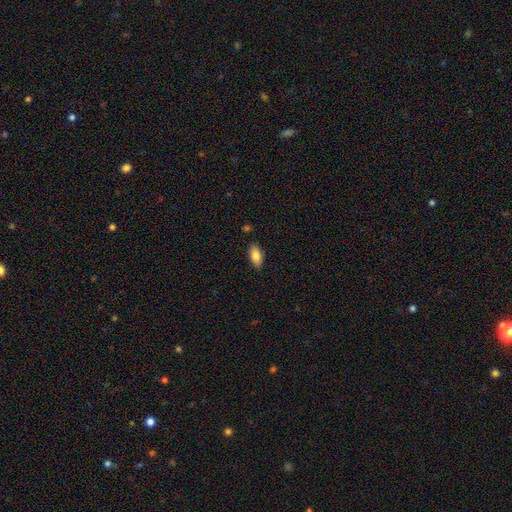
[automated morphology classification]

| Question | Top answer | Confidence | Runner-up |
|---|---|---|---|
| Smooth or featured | smooth | 84% | featured or disk (9%) |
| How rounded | in between | 90% | cigar-shaped (7%) |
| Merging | none | 86% | minor disturbance (10%) |